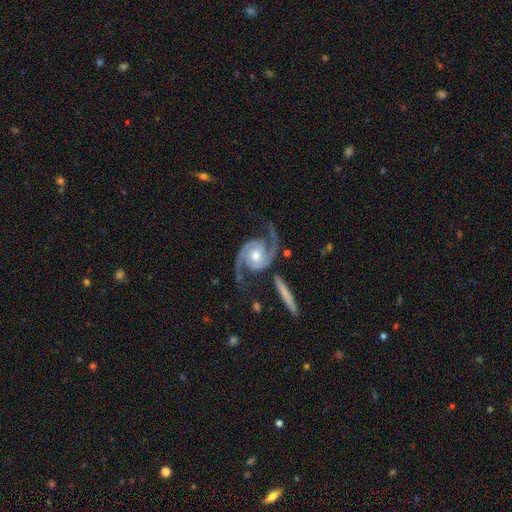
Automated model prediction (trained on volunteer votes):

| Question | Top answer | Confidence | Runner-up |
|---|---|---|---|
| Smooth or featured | featured or disk | 94% | star or artifact (4%) |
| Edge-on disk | no | 98% | yes (2%) |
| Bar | no | 62% | weak (27%) |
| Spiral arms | yes | 99% | no (1%) |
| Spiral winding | medium | 57% | loose (26%) |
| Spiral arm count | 2 | 95% | can't tell (1%) |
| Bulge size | moderate | 69% | small (22%) |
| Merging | none | 76% | minor disturbance (14%) |